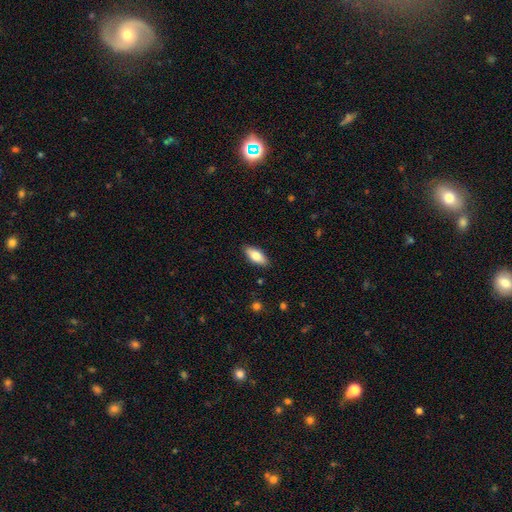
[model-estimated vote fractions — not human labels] The model was most divided on "smooth or featured": smooth: 79%, featured or disk: 15%, star or artifact: 6%. More confident: merging — none (88%); how rounded — in between (82%).